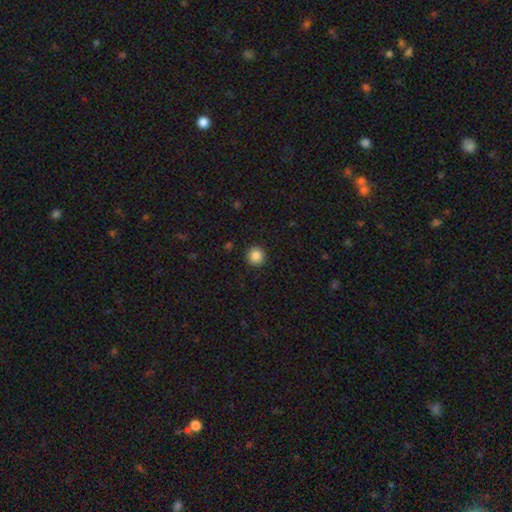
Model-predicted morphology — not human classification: Overall: smooth (87%). How rounded: round (94%). Merging: none (92%).